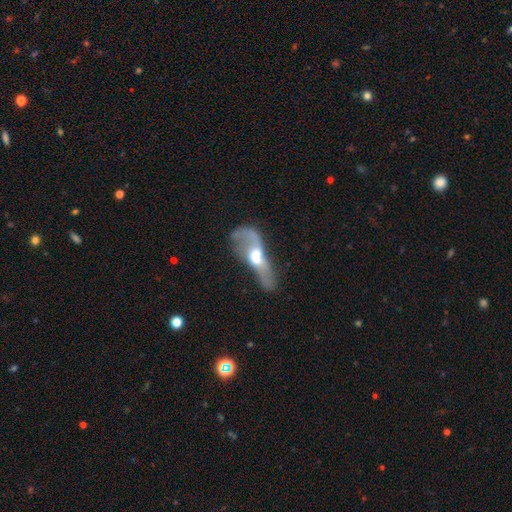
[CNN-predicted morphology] Q: Smooth or featured?
A: featured or disk (62%); runner-up: smooth (31%)
Q: Edge-on disk?
A: no (87%); runner-up: yes (13%)
Q: Bar?
A: no (69%); runner-up: weak (24%)
Q: Spiral arms?
A: no (50%); tied with: yes (50%)
Q: Bulge size?
A: moderate (63%); runner-up: large (17%)
Q: Merging?
A: merger (47%); runner-up: major disturbance (26%)